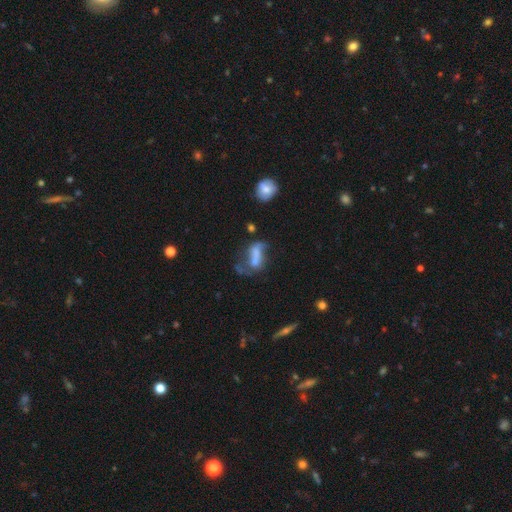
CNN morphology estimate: A featured or disk galaxy (45%). Merging: major disturbance (34%).